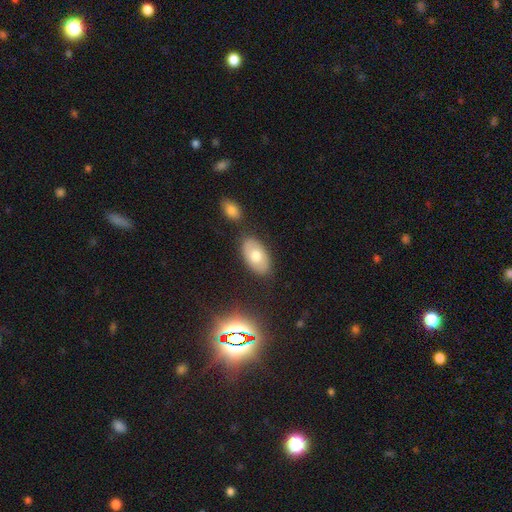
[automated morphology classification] This appears to be a smooth galaxy with no disk features (67%) that is in between round and cigar-shaped (93%). Merging: none (78%).